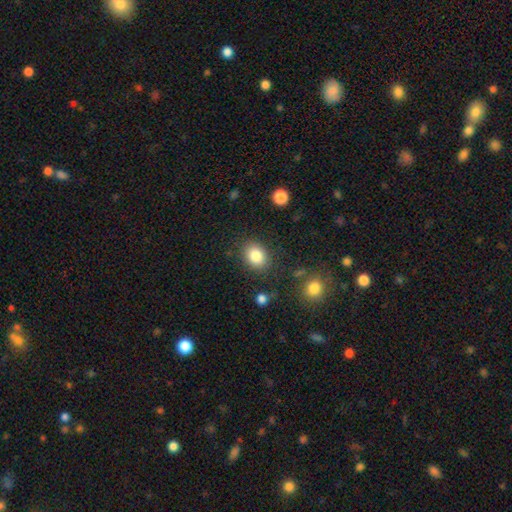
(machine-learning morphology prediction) This is clearly a smooth galaxy (84%). How rounded: possibly in between (54%). Merging: clearly none (84%).